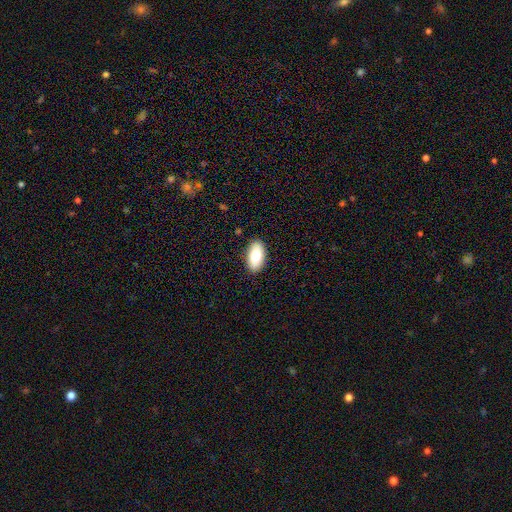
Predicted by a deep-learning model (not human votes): Overall: smooth (77%). How rounded: in between (94%). Merging: none (89%).